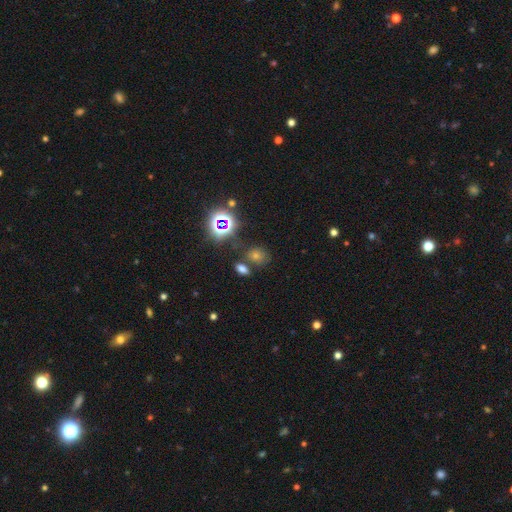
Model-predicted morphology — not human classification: A smooth galaxy with no disk features (46%). Merging: none (73%).